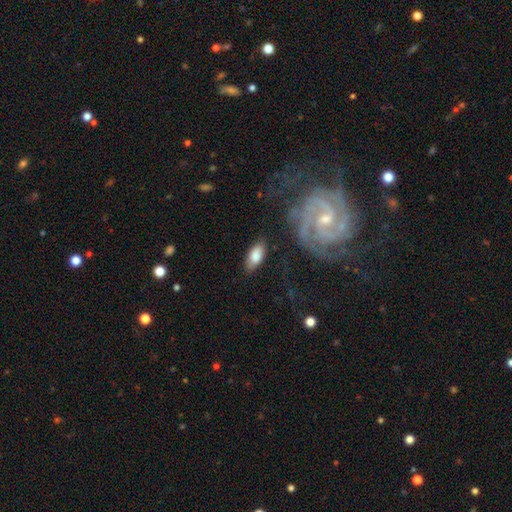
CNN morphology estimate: Smooth or featured? Predicted: smooth (p=0.80). How rounded? Predicted: in between (p=0.88). Merging? Predicted: none (p=0.76).